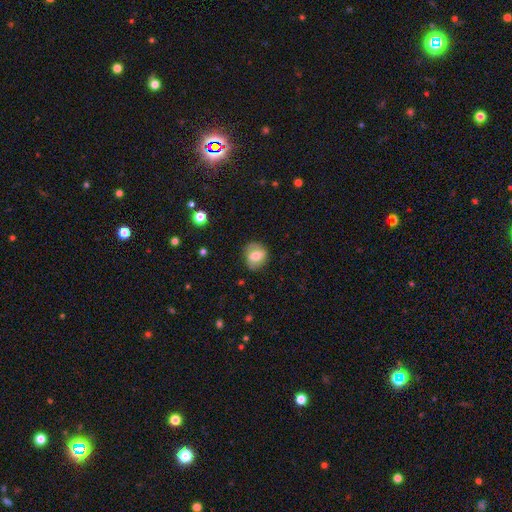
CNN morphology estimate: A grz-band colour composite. It shows a smooth galaxy with no disk features (63%) that is round (68%). Merging: none (73%).